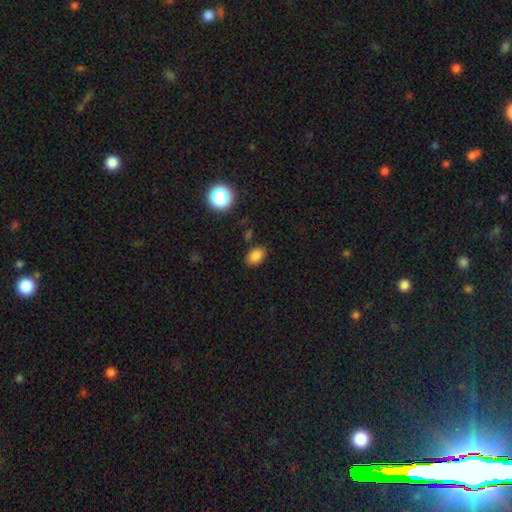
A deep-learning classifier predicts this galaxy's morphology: This is clearly a smooth galaxy (82%). How rounded: clearly in between (83%). Merging: clearly none (84%).